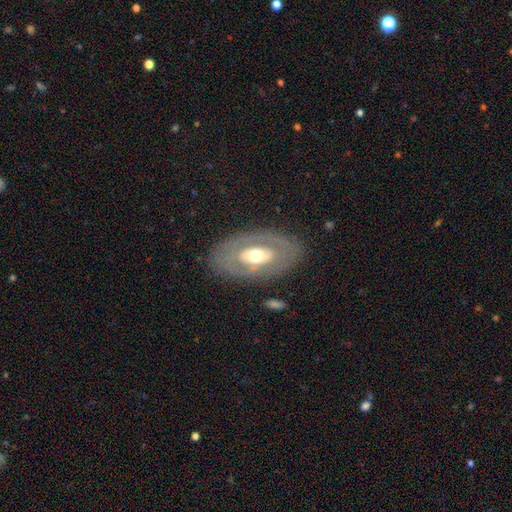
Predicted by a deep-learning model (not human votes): A featured or disk galaxy (69%) with no bar (53%), no spiral arms (67%) and a moderate central bulge (71%). Merging: none (82%).